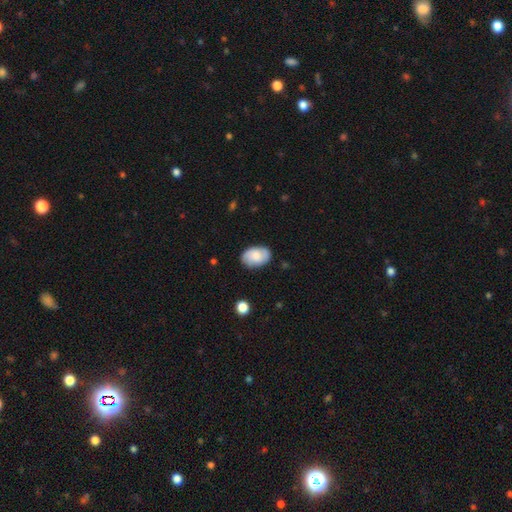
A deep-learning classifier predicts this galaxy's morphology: type=smooth (65%); roundness=in between (88%); merging=none (81%).